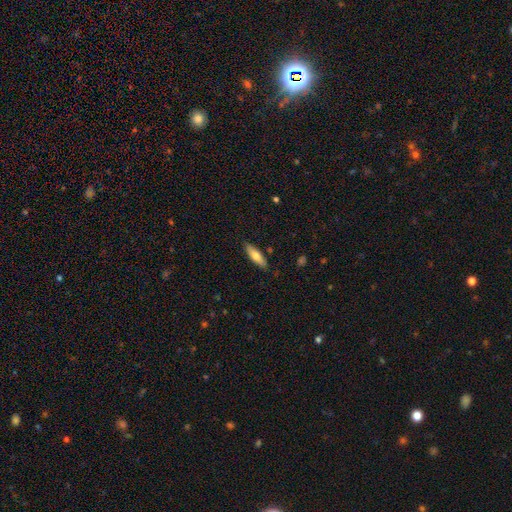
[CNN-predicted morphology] Q: Smooth or featured?
A: smooth (66%); runner-up: featured or disk (28%)
Q: How rounded?
A: cigar-shaped (58%); runner-up: in between (40%)
Q: Merging?
A: none (87%); runner-up: minor disturbance (10%)